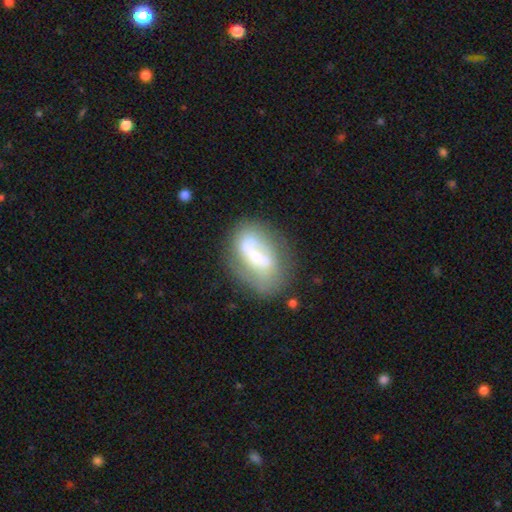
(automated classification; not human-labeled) Smooth or featured: featured or disk — 65% (smooth — 27%)
Edge-on disk: no — 94% (yes — 6%)
Bar: no — 35% (weak — 34%)
Spiral arms: yes — 57% (no — 43%)
Bulge size: small — 51% (moderate — 39%)
Merging: none — 55% (minor disturbance — 21%)